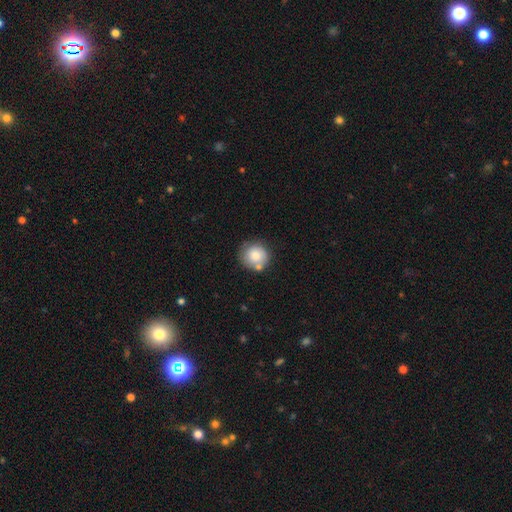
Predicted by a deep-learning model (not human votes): A smooth galaxy with no disk features (78%) that is round (89%).

Vote fractions:
- Smooth or featured? smooth: 78% / featured or disk: 14% / star or artifact: 8%
- How rounded? round: 89% / in between: 10% / cigar-shaped: 1%
- Merging? none: 64% / minor disturbance: 17% / merger: 15% / major disturbance: 5%